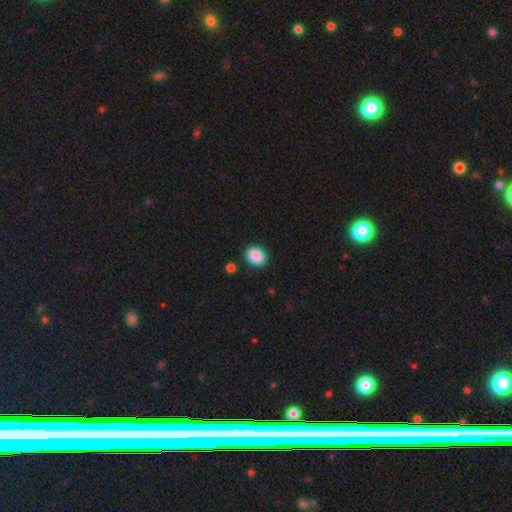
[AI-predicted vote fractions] smooth 89%, star or artifact 8%, featured or disk 3%. Down the decision tree: how rounded — in between (63%); merging — none (87%).